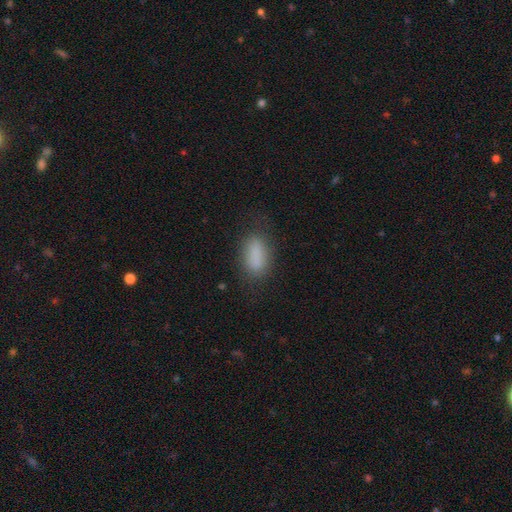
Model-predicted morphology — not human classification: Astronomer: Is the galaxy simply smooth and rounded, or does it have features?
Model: smooth — 84%.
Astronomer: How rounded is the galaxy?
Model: in between — 83%.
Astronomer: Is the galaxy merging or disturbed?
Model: none — 74%.